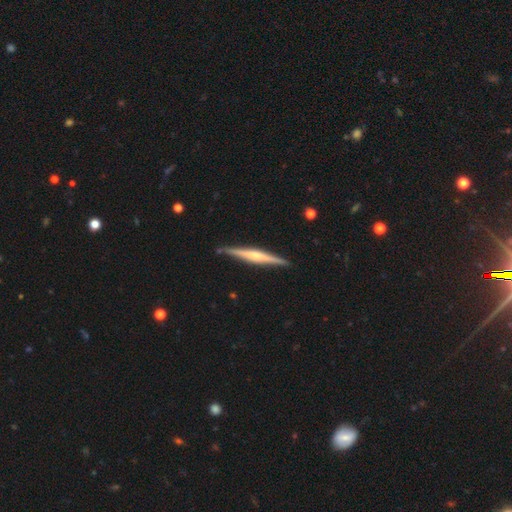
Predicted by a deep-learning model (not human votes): Overall: featured or disk (72%). Edge-on disk: yes (98%). Edge-on bulge: rounded (65%). Merging: none (89%).